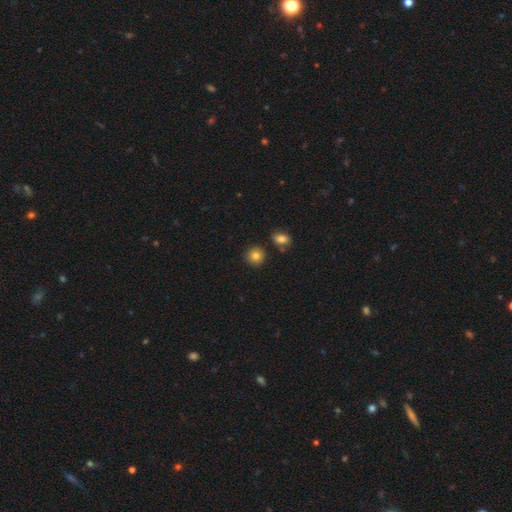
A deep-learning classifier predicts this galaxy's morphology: smooth 82%, star or artifact 10%, featured or disk 8%. Down the decision tree: how rounded — round (90%); merging — none (85%).